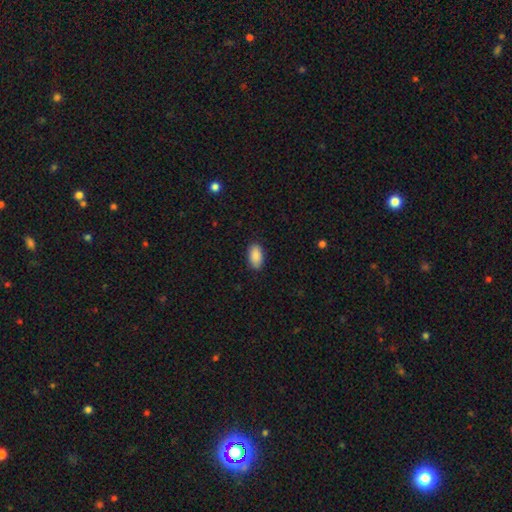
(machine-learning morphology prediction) The model was most divided on "merging": none: 89%, minor disturbance: 8%, major disturbance: 2%, merger: 1%. More confident: how rounded — in between (94%); smooth or featured — smooth (90%).